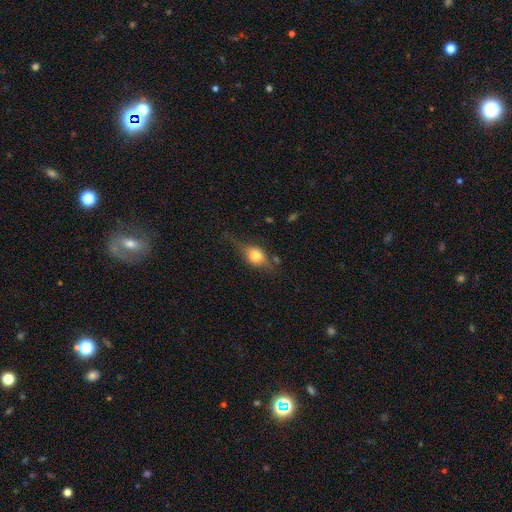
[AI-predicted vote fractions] This is possibly a smooth galaxy (58%). How rounded: likely in between (61%). Merging: possibly none (60%).